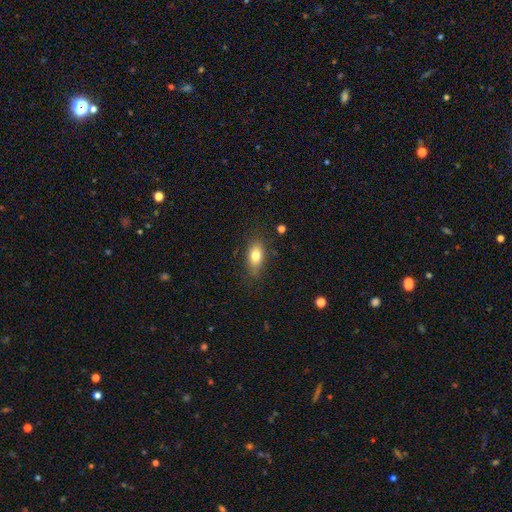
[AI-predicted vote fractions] Overall: smooth (78%). How rounded: in between (84%). Merging: none (79%).